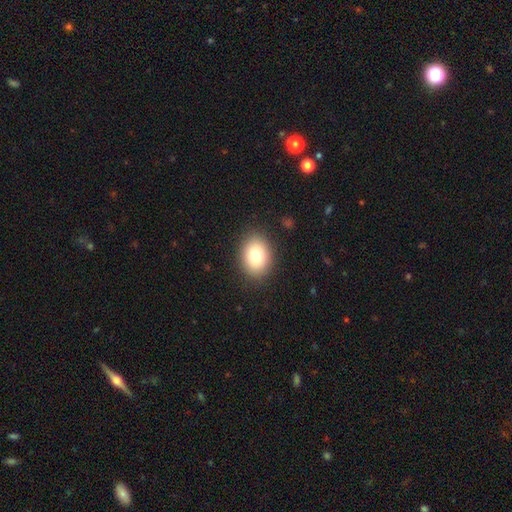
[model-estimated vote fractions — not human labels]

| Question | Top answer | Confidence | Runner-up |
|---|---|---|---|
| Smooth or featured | smooth | 79% | featured or disk (11%) |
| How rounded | in between | 62% | round (37%) |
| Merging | none | 88% | minor disturbance (9%) |